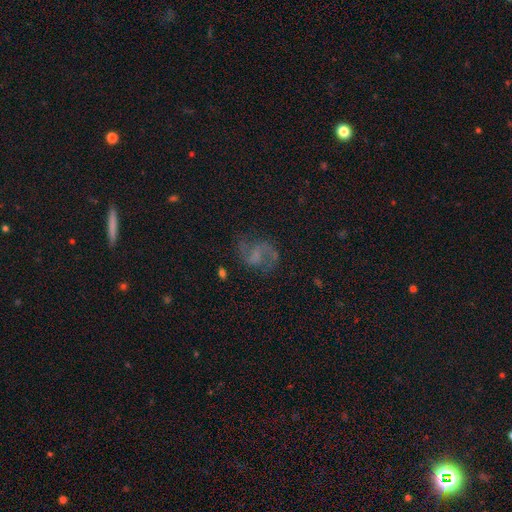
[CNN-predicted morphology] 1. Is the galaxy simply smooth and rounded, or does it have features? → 74% featured or disk, 14% smooth, 12% star or artifact.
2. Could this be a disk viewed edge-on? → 98% no, 2% yes.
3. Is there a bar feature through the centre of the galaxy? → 45% weak, 39% no, 16% strong.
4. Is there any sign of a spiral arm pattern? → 91% yes, 9% no.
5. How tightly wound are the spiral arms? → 45% loose (tied), 45% medium (tied), 10% tight.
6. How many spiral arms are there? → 87% 2, 5% can't tell, 4% 1, 1% 3, 1% 4, 1% more than 4.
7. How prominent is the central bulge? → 58% none, 23% small, 13% moderate, 4% large, 1% dominant.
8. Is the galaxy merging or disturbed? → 67% none, 17% minor disturbance, 15% major disturbance, 2% merger.